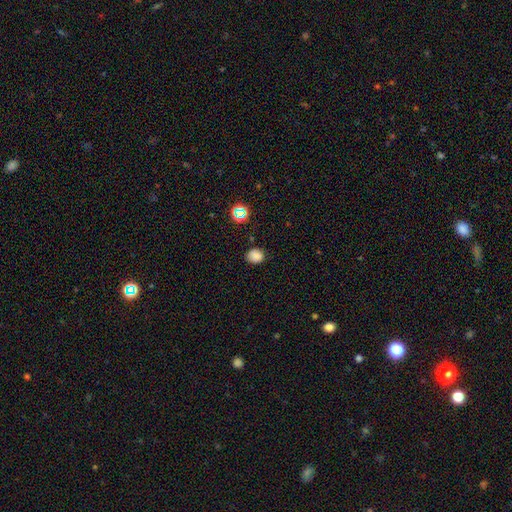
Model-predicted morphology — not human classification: Smooth or featured?
  - smooth: 80% *
  - star or artifact: 15%
  - featured or disk: 5%
How rounded?
  - round: 61% *
  - in between: 38%
  - cigar-shaped: 1%
Merging?
  - none: 81% *
  - minor disturbance: 14%
  - major disturbance: 3%
  - merger: 2%